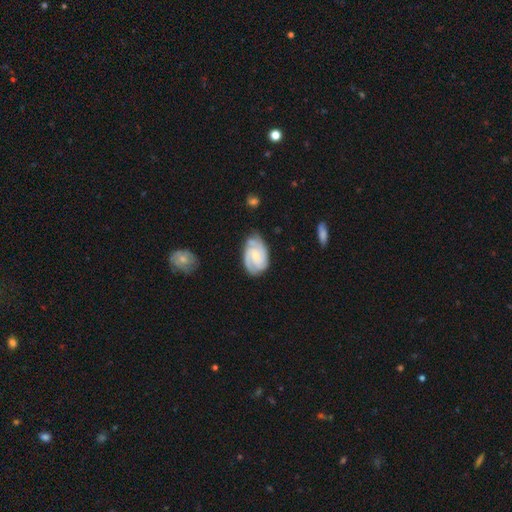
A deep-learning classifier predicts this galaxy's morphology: The model was most divided on "spiral arm count": 2: 47%, 3: 28%, can't tell: 15%, 4: 4%, 1: 3%, more than 4: 3%. More confident: edge-on disk — no (97%); spiral arms — yes (96%); smooth or featured — featured or disk (82%); merging — none (65%); bulge size — small (61%); spiral winding — tight (58%); bar — no (57%).